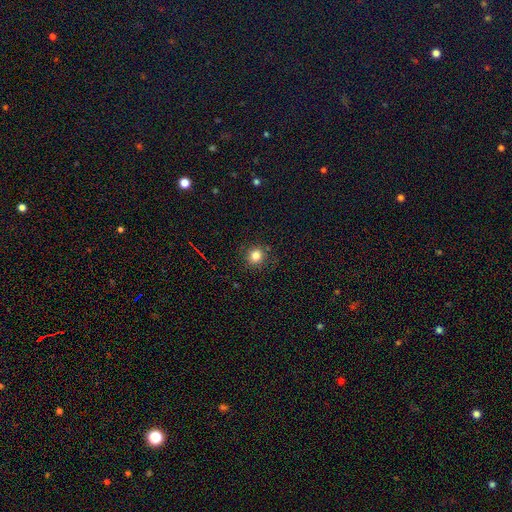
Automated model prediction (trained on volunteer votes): Overall: smooth (82%). How rounded: round (89%). Merging: none (88%).